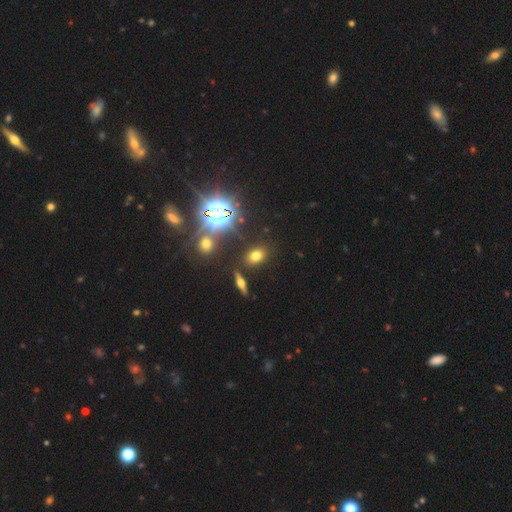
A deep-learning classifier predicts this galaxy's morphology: Q: Smooth or featured?
A: smooth (63%); runner-up: star or artifact (26%)
Q: How rounded?
A: in between (67%); runner-up: round (29%)
Q: Merging?
A: none (84%); runner-up: minor disturbance (9%)